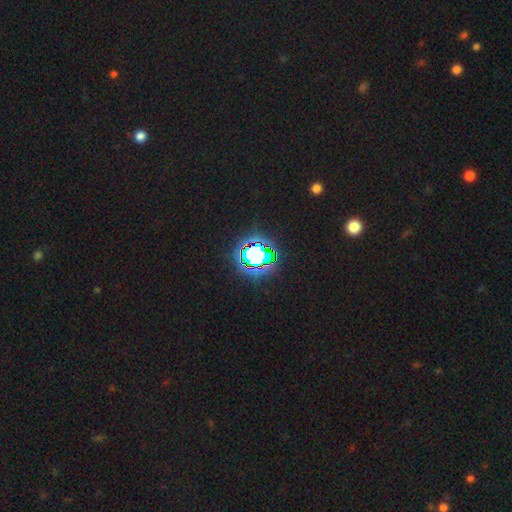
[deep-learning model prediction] smooth_or_featured: star or artifact (p=0.67) [alt: smooth p=0.20]